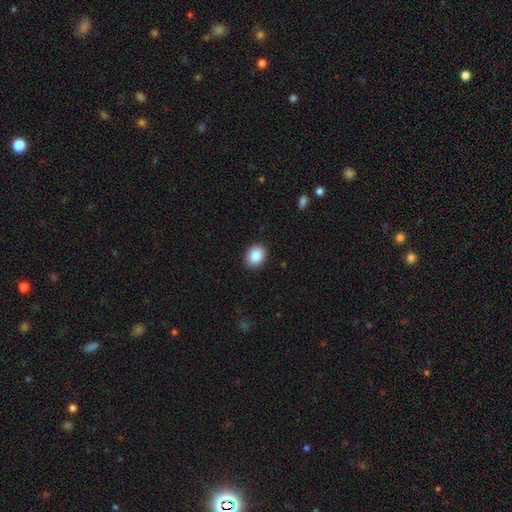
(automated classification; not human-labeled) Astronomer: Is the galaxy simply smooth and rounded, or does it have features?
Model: smooth — 87%.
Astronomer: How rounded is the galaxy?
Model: round — 55% (runner-up: in between, 45%).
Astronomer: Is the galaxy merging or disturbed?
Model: none — 90%.